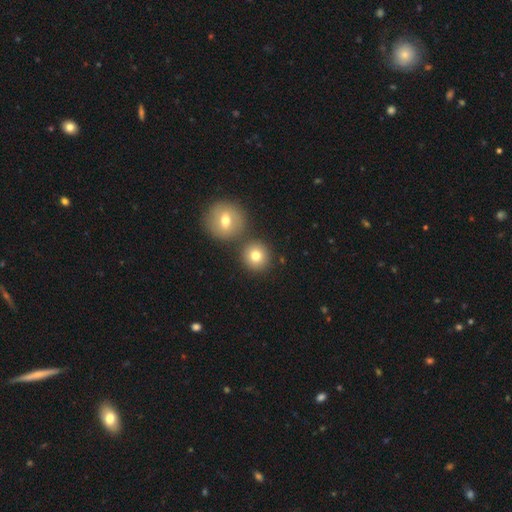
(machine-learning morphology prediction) This is likely a smooth galaxy (79%). How rounded: clearly round (91%). Merging: likely none (75%).